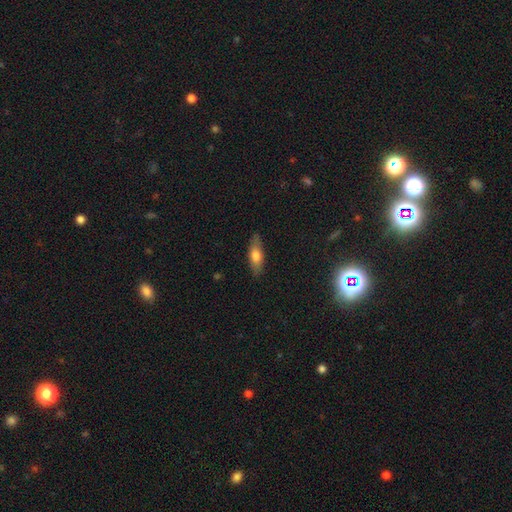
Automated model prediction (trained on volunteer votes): Overall: smooth (67%; featured or disk 27%). How rounded: in between (57%; cigar-shaped 40%). Merging: none (85%).